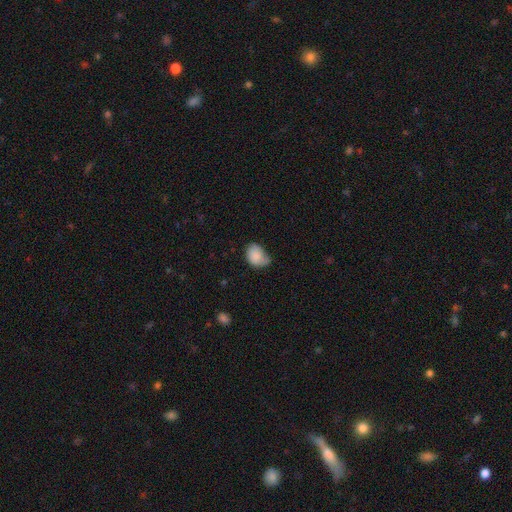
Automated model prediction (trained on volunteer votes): smooth 82%, featured or disk 10%, star or artifact 8%. Down the decision tree: how rounded — in between (65%); merging — minor disturbance (41%).